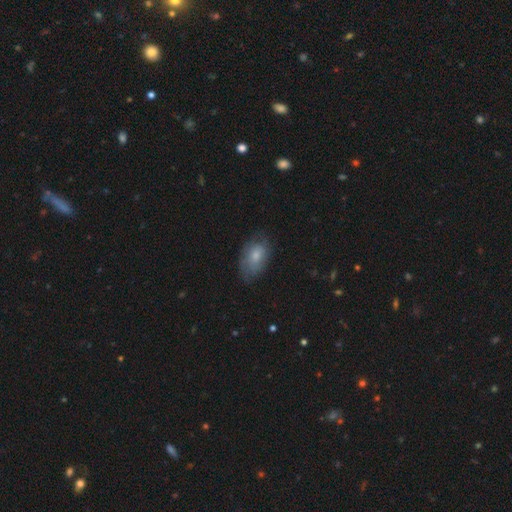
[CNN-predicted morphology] smooth_or_featured: smooth (p=0.73) [alt: featured or disk p=0.20]
how_rounded: in between (p=0.90) [alt: round p=0.08]
merging: none (p=0.64) [alt: minor disturbance p=0.26]